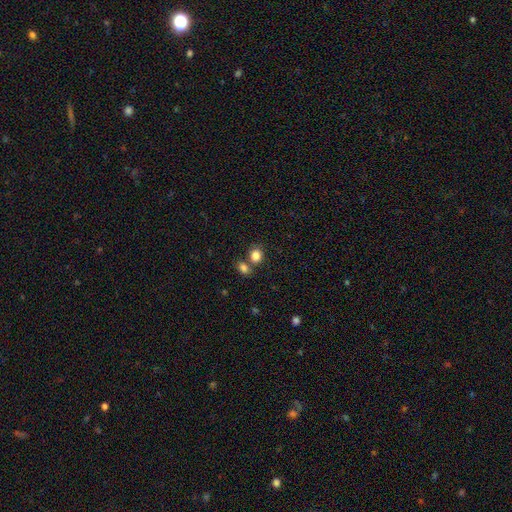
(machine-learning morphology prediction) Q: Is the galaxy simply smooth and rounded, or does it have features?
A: smooth — 83%.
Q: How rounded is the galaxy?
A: round — 64%.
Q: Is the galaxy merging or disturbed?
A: none — 57%.